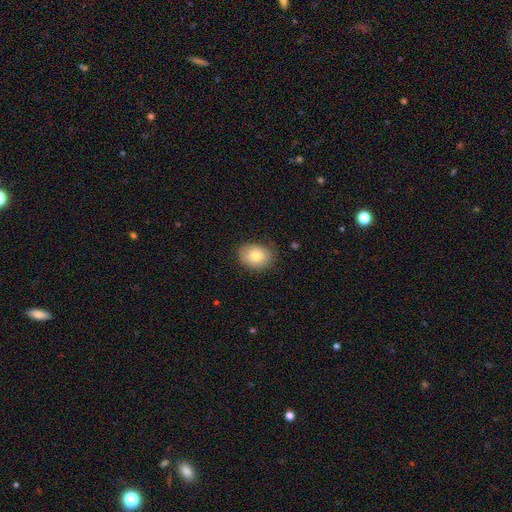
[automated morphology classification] This is likely a smooth galaxy (78%). How rounded: likely in between (63%). Merging: likely none (79%).